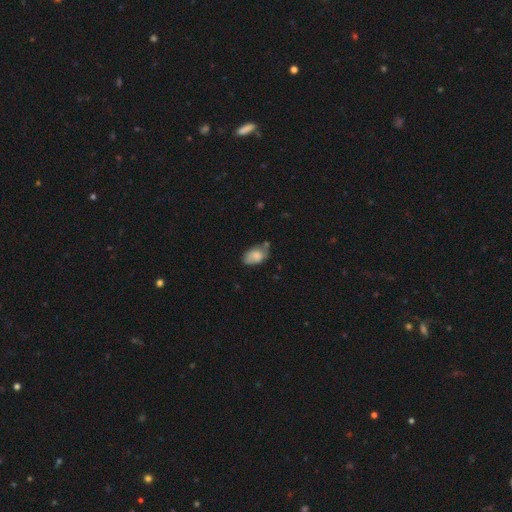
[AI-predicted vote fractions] Smooth or featured?
  - smooth: 76% *
  - featured or disk: 17%
  - star or artifact: 8%
How rounded?
  - in between: 91% *
  - round: 8%
  - cigar-shaped: 2%
Merging?
  - none: 47% *
  - minor disturbance: 34%
  - major disturbance: 9%
  - merger: 9%